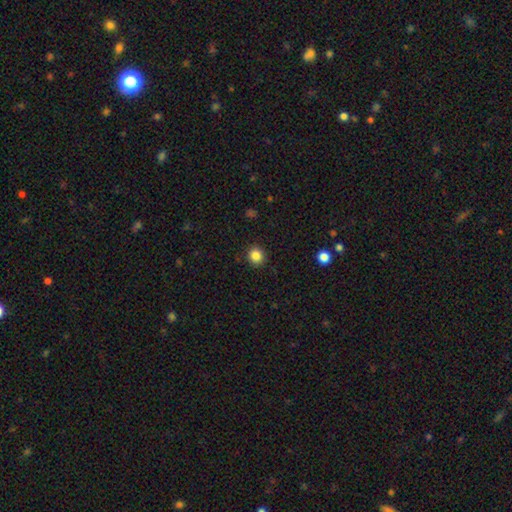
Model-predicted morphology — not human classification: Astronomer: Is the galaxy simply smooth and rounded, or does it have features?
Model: smooth — 85%.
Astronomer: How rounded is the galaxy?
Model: round — 88%.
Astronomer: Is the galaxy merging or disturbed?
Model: none — 91%.